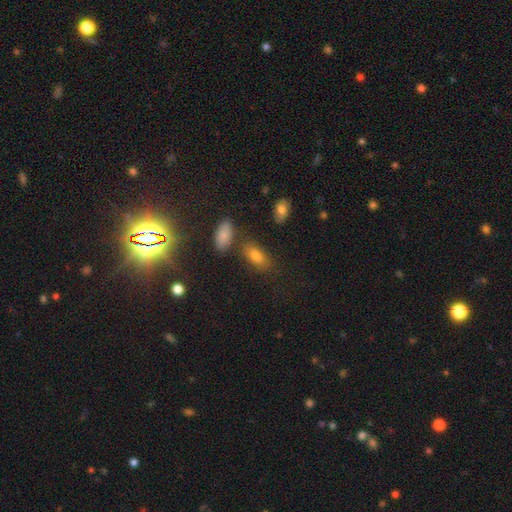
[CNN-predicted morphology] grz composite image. It shows a smooth galaxy with no disk features (64%) that is in between round and cigar-shaped (85%). Merging: none (76%).